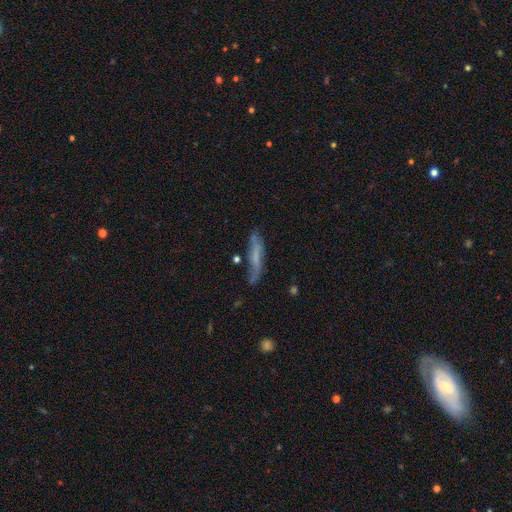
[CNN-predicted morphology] Smooth or featured? Predicted: smooth (p=0.51). How rounded? Predicted: cigar-shaped (p=0.85). Merging? Predicted: none (p=0.61).